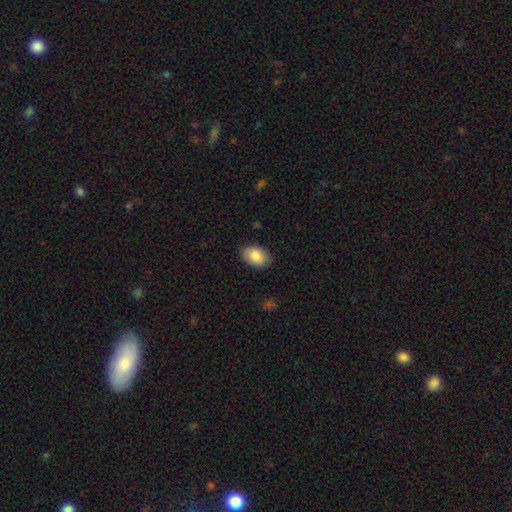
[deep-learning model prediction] Smooth or featured? Predicted: smooth (p=0.85). How rounded? Predicted: in between (p=0.85). Merging? Predicted: none (p=0.85).